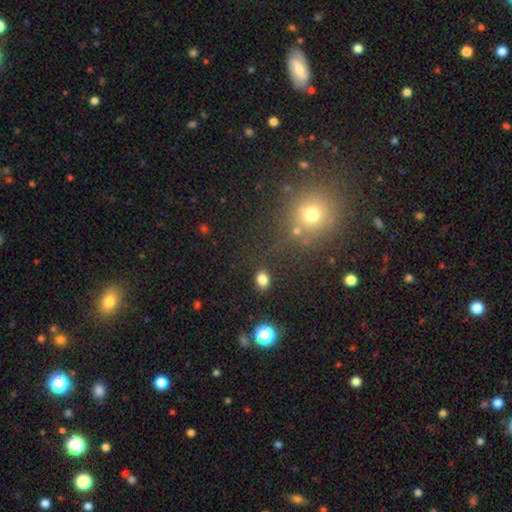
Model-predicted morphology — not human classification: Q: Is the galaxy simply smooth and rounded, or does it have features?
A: smooth — 47%.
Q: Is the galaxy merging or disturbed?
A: none — 78%.